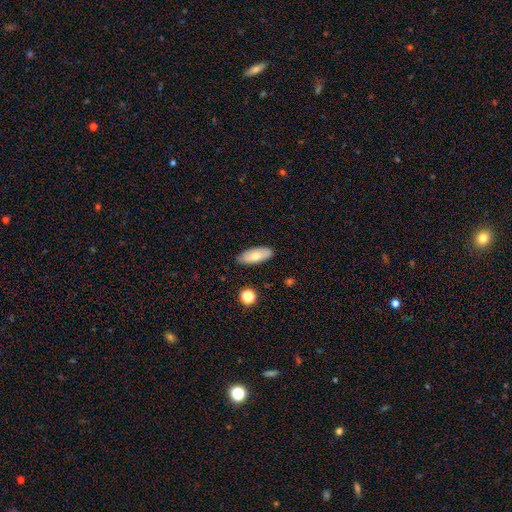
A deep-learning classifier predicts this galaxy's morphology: This appears to be a smooth galaxy with no disk features (70%) that is in between round and cigar-shaped (82%). Merging: none (87%).